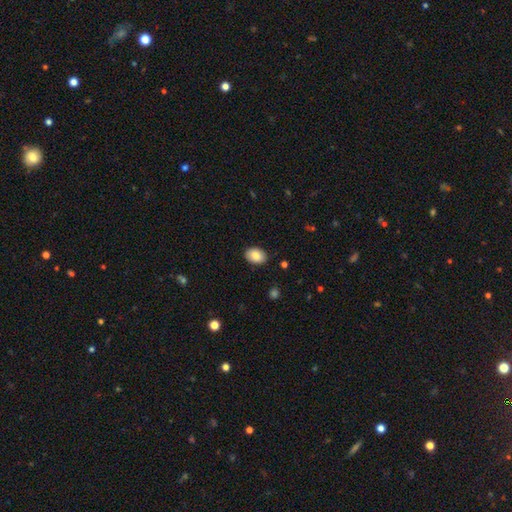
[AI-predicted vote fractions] Smooth or featured? smooth (86%)
How rounded? in between (79%)
Merging? none (88%)